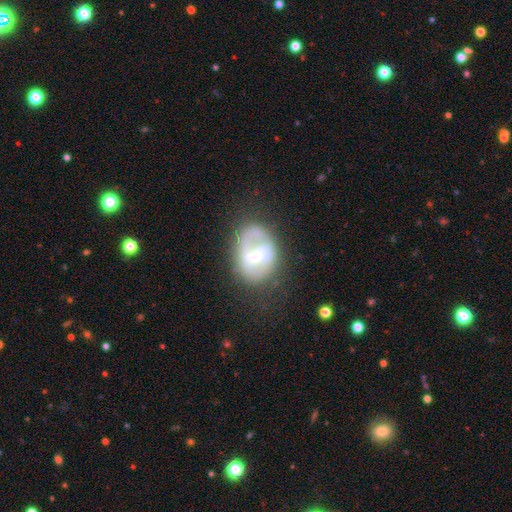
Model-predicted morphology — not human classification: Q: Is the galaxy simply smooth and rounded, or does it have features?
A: featured or disk — 68%.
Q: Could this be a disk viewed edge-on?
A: no — 97%.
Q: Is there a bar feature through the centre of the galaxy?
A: weak — 52%.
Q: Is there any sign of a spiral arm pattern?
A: yes — 71%.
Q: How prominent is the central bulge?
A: moderate — 50%.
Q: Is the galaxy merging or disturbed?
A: none — 57%.